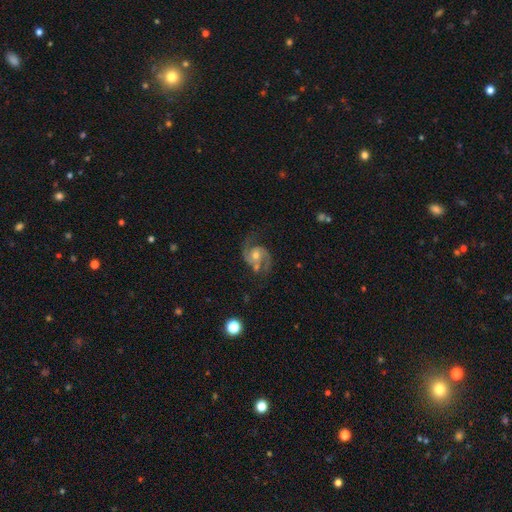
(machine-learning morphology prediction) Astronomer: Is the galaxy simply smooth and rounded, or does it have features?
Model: featured or disk — 90%.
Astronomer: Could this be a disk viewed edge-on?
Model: no — 98%.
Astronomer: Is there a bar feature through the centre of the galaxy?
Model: no — 63%.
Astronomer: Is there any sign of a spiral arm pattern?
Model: yes — 98%.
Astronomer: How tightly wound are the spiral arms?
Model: medium — 61%.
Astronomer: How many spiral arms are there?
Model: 2 — 93%.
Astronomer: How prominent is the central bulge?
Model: moderate — 62%.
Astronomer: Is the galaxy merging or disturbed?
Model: none — 72%.